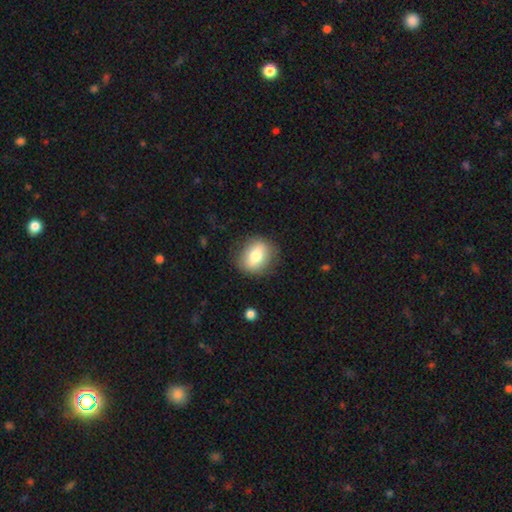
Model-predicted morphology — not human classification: A smooth galaxy with no disk features (73%) that is in between round and cigar-shaped (50%).

Vote fractions:
- Smooth or featured? smooth: 73% / featured or disk: 20% / star or artifact: 7%
- How rounded? in between: 50% / round: 48% / cigar-shaped: 2%
- Merging? none: 83% / minor disturbance: 12% / major disturbance: 4% / merger: 1%